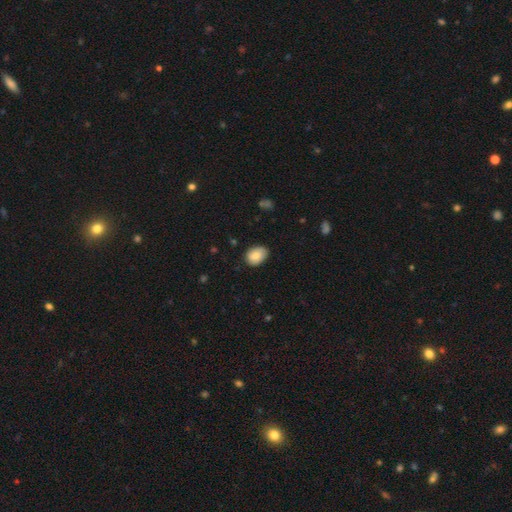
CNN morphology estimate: A smooth galaxy with no disk features (82%) that is in between round and cigar-shaped (72%). Merging: none (74%).